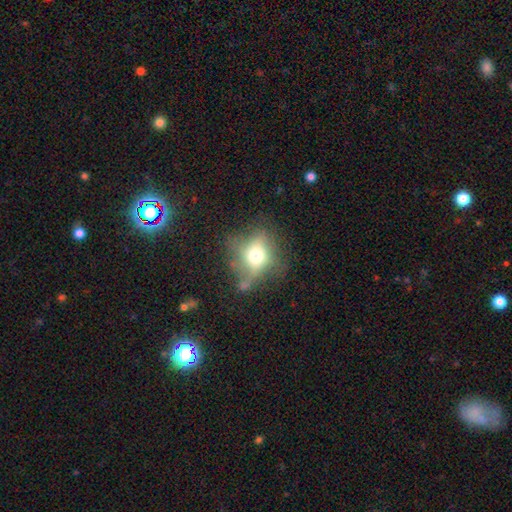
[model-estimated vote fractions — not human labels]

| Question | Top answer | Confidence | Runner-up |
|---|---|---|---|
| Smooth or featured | smooth | 50% | featured or disk (36%) |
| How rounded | round | 54% | in between (43%) |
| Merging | none | 48% | minor disturbance (25%) |